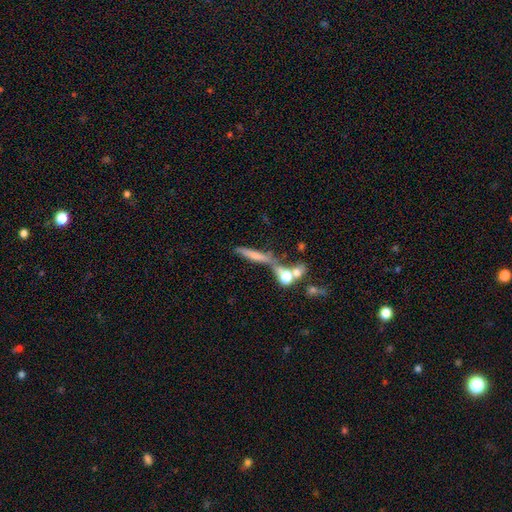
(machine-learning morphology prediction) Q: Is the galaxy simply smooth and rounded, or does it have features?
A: featured or disk — 44%.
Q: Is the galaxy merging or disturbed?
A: none — 49%.